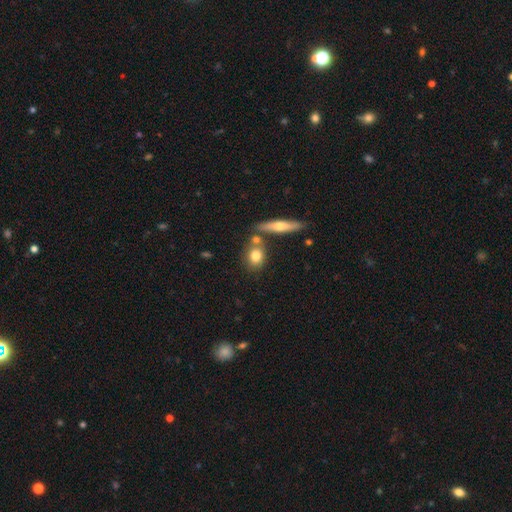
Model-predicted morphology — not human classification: Smooth or featured? Predicted: smooth (p=0.75). How rounded? Predicted: round (p=0.49). Merging? Predicted: none (p=0.62).